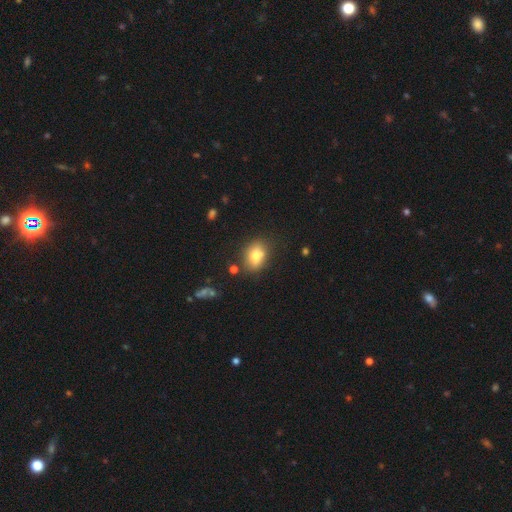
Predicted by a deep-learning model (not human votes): Overall: smooth (73%). How rounded: in between (71%). Merging: none (72%).